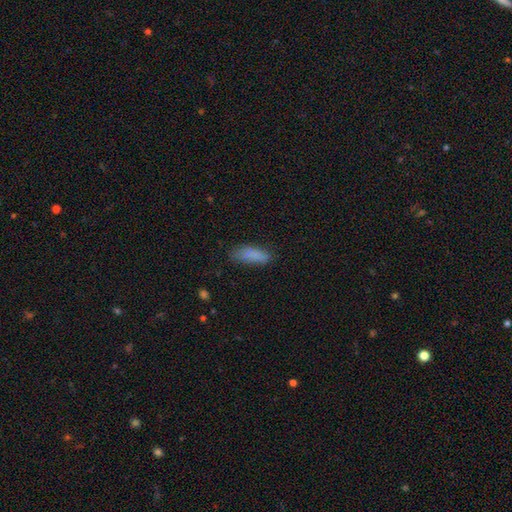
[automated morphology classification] smooth 83%, star or artifact 9%, featured or disk 8%. Down the decision tree: how rounded — in between (64%); merging — none (63%).